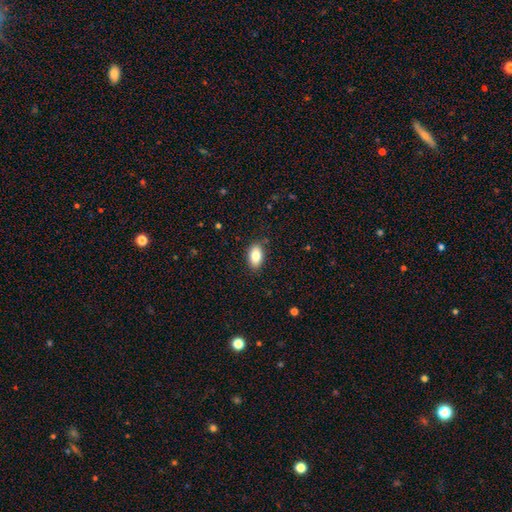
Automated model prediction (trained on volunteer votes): Smooth or featured: smooth — 83% (featured or disk — 10%)
How rounded: in between — 92% (round — 6%)
Merging: none — 86% (minor disturbance — 10%)